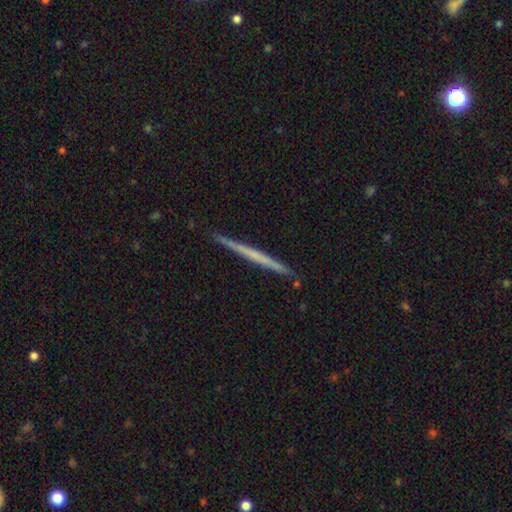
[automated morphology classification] This is possibly a featured or disk galaxy (56%). It is clearly viewed edge-on (98%). Edge-on bulge: clearly none (88%). Merging: clearly none (91%).